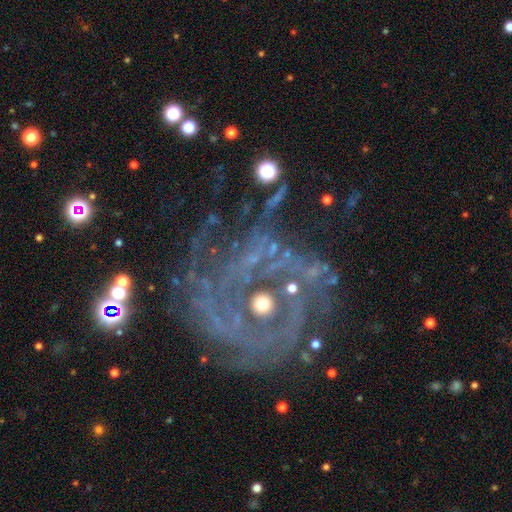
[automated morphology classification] Smooth or featured? Predicted: featured or disk (p=0.78). Edge-on disk? Predicted: no (p=0.97). Bar? Predicted: no (p=0.73). Spiral arms? Predicted: yes (p=0.83). Spiral winding? Predicted: tight (p=0.58). Spiral arm count? Predicted: can't tell (p=0.36). Bulge size? Predicted: moderate (p=0.42). Merging? Predicted: none (p=0.52).